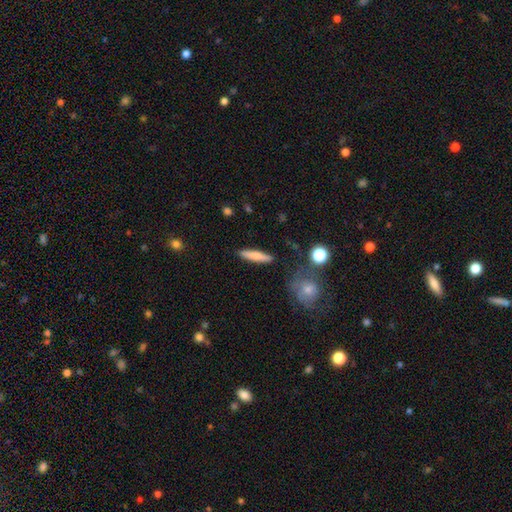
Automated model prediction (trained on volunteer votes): Smooth or featured? Predicted: smooth (p=0.73). How rounded? Predicted: cigar-shaped (p=0.88). Merging? Predicted: none (p=0.88).